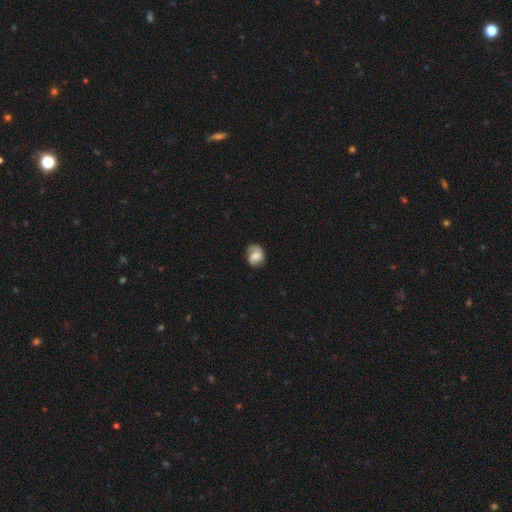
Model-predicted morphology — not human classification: This is likely a smooth galaxy (60%). How rounded: likely round (60%). Merging: likely none (71%).